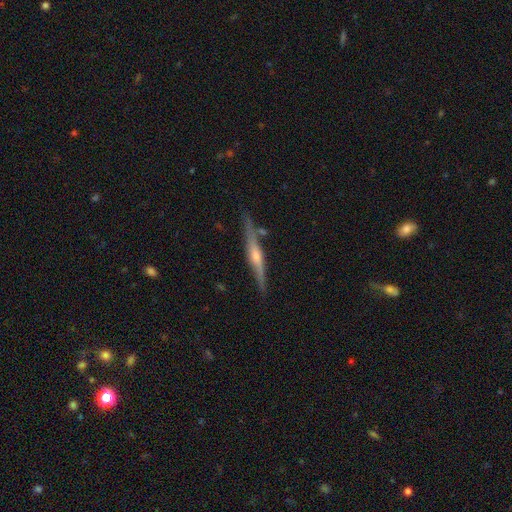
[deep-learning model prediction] A featured or disk galaxy (77%) viewed edge-on (97%) with a rounded central bulge (79%).

Vote fractions:
- Smooth or featured? featured or disk: 77% / smooth: 18% / star or artifact: 6%
- Edge-on disk? yes: 97% / no: 3%
- Edge-on bulge? rounded: 79% / none: 11% / boxy: 11%
- Merging? none: 81% / minor disturbance: 13% / merger: 4% / major disturbance: 3%